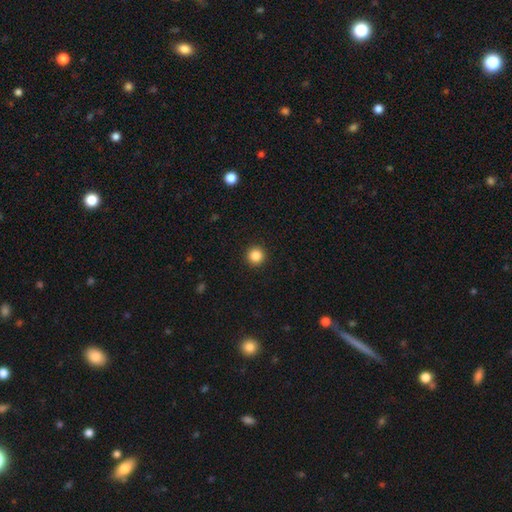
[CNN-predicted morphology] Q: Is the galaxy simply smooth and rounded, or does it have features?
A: smooth — 85%.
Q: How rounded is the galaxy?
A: round — 96%.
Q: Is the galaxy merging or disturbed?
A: none — 93%.